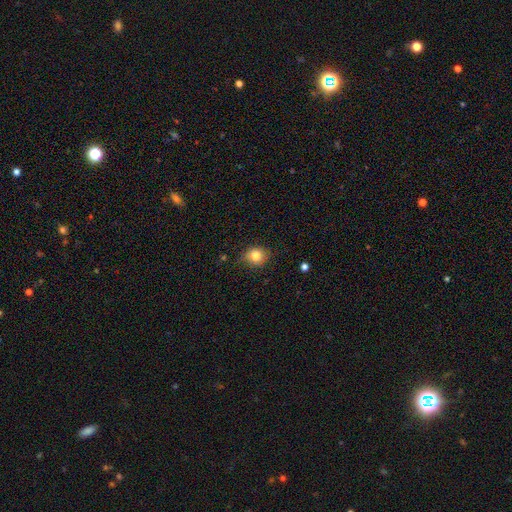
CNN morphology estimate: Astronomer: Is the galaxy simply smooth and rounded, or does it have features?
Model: smooth — 82%.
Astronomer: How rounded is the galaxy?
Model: round — 78%.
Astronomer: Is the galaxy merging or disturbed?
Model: none — 78%.